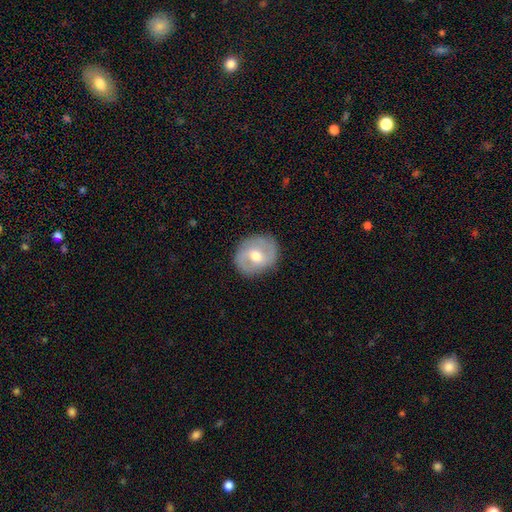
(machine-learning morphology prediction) Smooth or featured? Predicted: featured or disk (p=0.59). Edge-on disk? Predicted: no (p=0.96). Bar? Predicted: weak (p=0.47). Spiral arms? Predicted: yes (p=0.66). Bulge size? Predicted: moderate (p=0.76). Merging? Predicted: none (p=0.85).